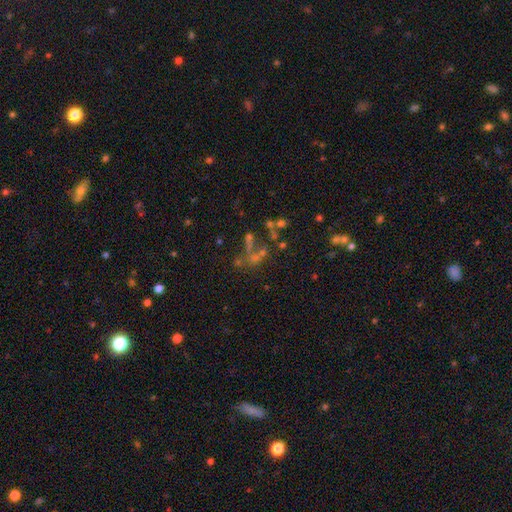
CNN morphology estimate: smooth_or_featured: star or artifact (p=0.36) [alt: smooth p=0.34]